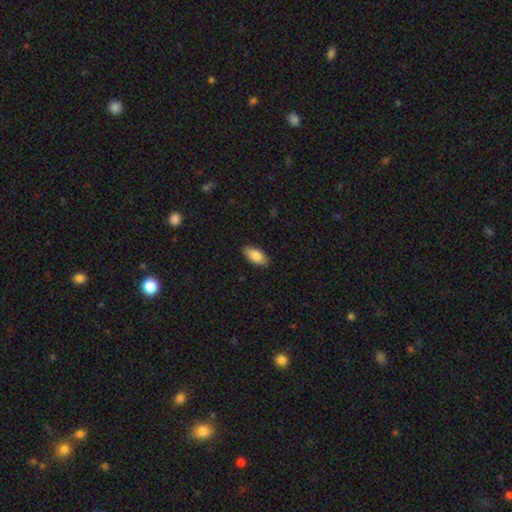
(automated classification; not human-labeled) This is clearly a smooth galaxy (84%). How rounded: clearly in between (89%). Merging: clearly none (87%).